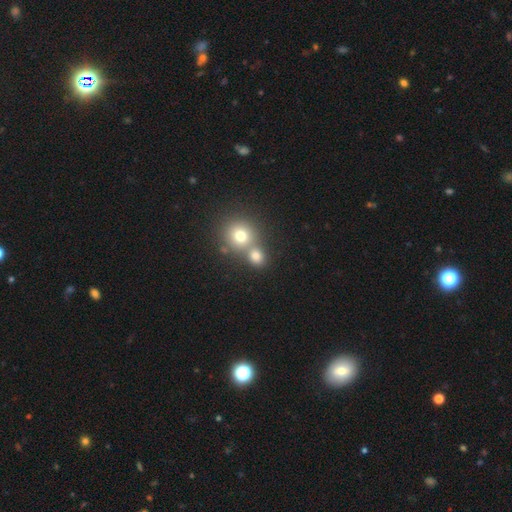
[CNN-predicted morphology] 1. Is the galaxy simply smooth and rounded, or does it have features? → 76% smooth, 15% star or artifact, 9% featured or disk.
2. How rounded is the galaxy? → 78% round, 21% in between, 1% cigar-shaped.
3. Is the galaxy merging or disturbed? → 48% none, 42% merger, 7% minor disturbance, 3% major disturbance.